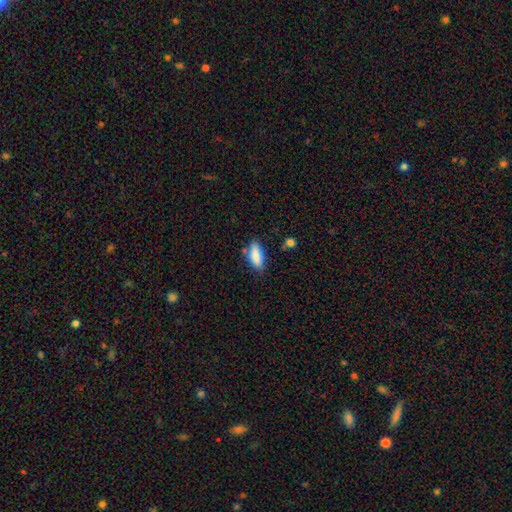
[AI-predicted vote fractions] Smooth or featured? smooth (85%)
How rounded? in between (72%)
Merging? none (71%)